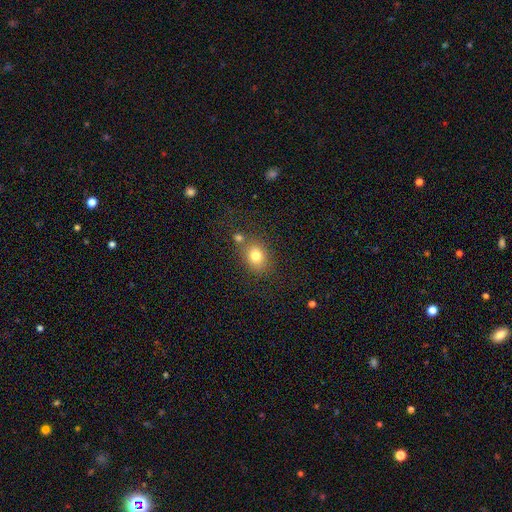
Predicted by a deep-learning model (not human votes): A smooth galaxy with no disk features (78%) that is round (52%).

Vote fractions:
- Smooth or featured? smooth: 78% / star or artifact: 12% / featured or disk: 10%
- How rounded? round: 52% / in between: 47% / cigar-shaped: 1%
- Merging? none: 64% / merger: 19% / minor disturbance: 13% / major disturbance: 5%